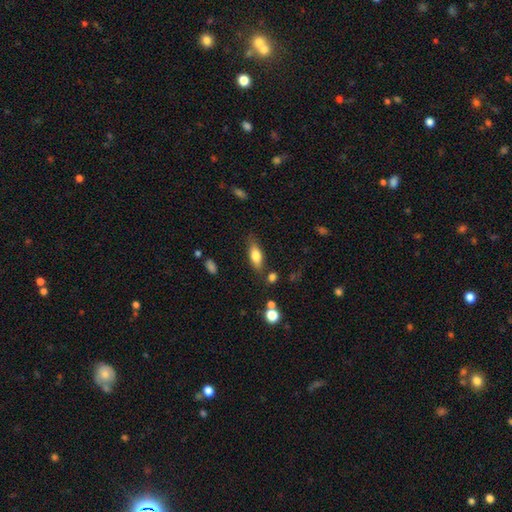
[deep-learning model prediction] smooth-or-featured: smooth: 75% | featured or disk: 18% | star or artifact: 7%
  how-rounded: in between: 70% | cigar-shaped: 27% | round: 3%
  merging: none: 75% | minor disturbance: 16% | major disturbance: 5% | merger: 4%